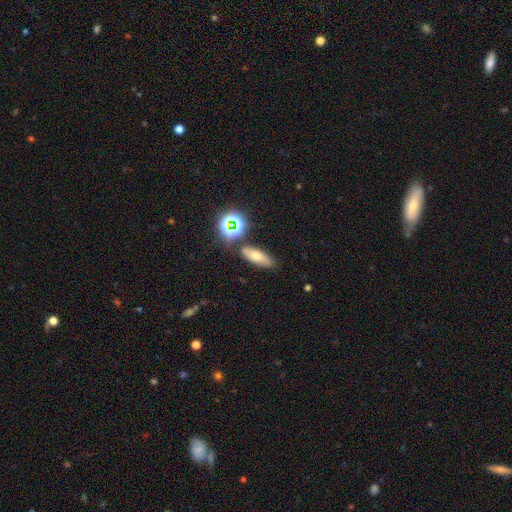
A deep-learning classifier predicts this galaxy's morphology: Smooth or featured: smooth — 65% (star or artifact — 18%)
How rounded: in between — 59% (cigar-shaped — 30%)
Merging: none — 75% (minor disturbance — 13%)